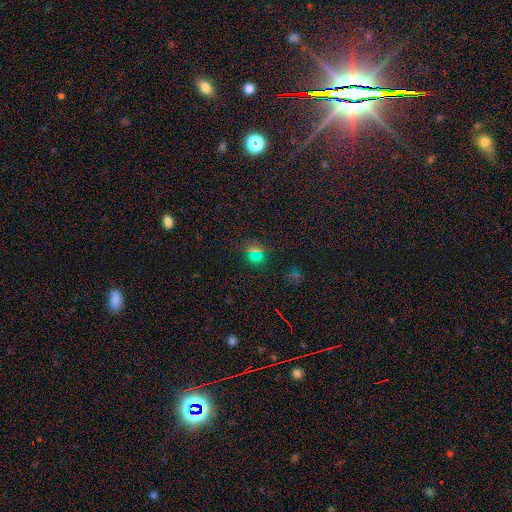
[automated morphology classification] type=smooth (54%); roundness=round (82%); merging=none (83%).